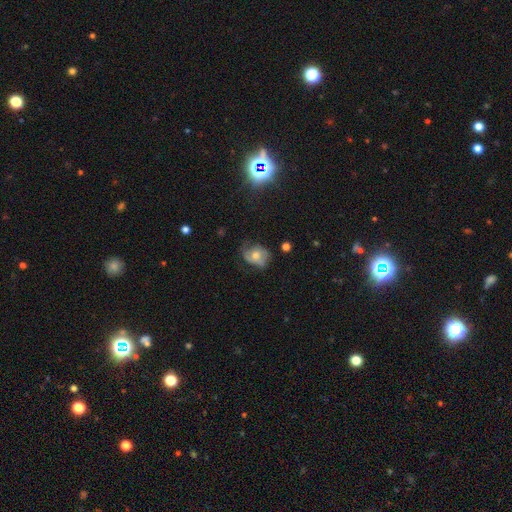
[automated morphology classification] A featured or disk galaxy (47%).

Vote fractions:
- Smooth or featured? featured or disk: 47% / smooth: 43% / star or artifact: 10%
- Merging? none: 47% / minor disturbance: 31% / major disturbance: 19% / merger: 2%